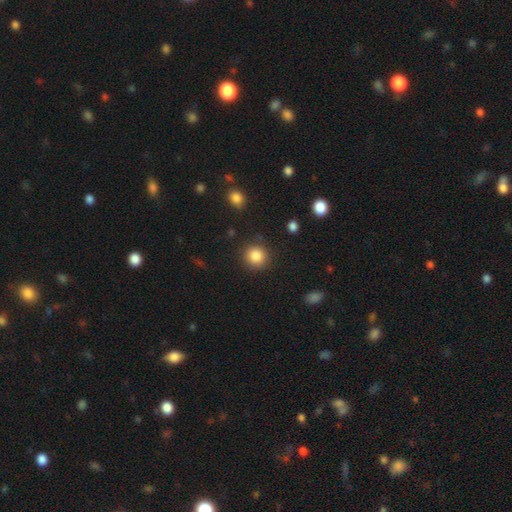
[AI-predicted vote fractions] smooth 86%, star or artifact 10%, featured or disk 4%. Down the decision tree: how rounded — round (91%); merging — none (88%).